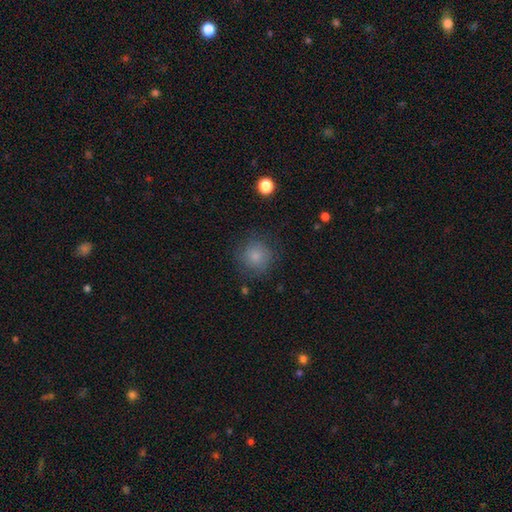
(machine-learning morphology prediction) Smooth or featured? smooth (82%)
How rounded? round (92%)
Merging? none (78%)